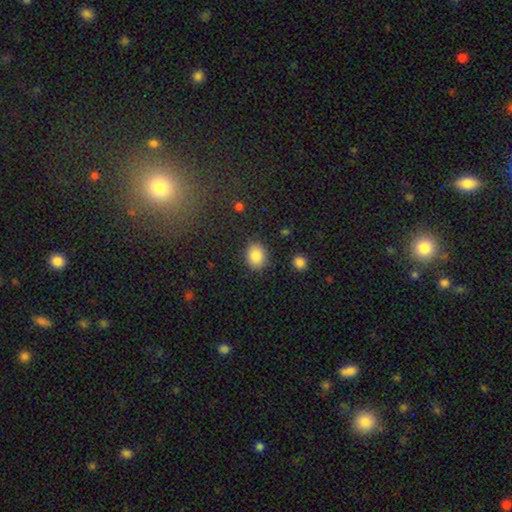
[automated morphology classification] A smooth galaxy with no disk features (86%) that is in between round and cigar-shaped (51%).

Vote fractions:
- Smooth or featured? smooth: 86% / star or artifact: 9% / featured or disk: 5%
- How rounded? in between: 51% / round: 48% / cigar-shaped: 1%
- Merging? none: 85% / minor disturbance: 10% / major disturbance: 3% / merger: 2%